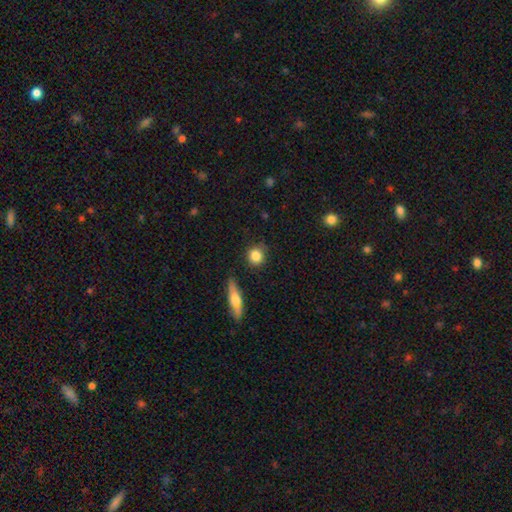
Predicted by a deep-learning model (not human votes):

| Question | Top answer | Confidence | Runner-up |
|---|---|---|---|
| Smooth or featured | smooth | 84% | star or artifact (8%) |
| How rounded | round | 84% | in between (13%) |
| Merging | none | 82% | minor disturbance (12%) |